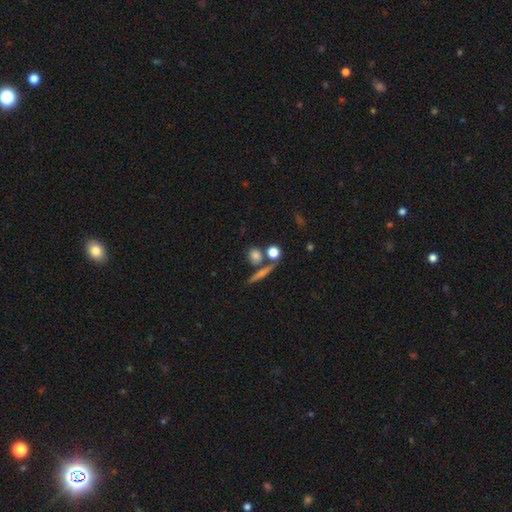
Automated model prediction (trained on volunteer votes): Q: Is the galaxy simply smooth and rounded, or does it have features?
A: smooth — 75%.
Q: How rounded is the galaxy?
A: round — 72%.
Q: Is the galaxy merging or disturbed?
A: none — 64%.